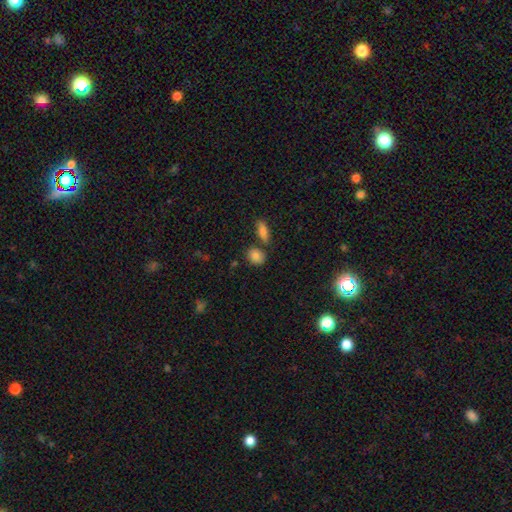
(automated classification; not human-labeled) Smooth or featured?
  - smooth: 85% *
  - star or artifact: 9%
  - featured or disk: 7%
How rounded?
  - round: 52% *
  - in between: 45%
  - cigar-shaped: 3%
Merging?
  - none: 72% *
  - merger: 13%
  - minor disturbance: 11%
  - major disturbance: 3%